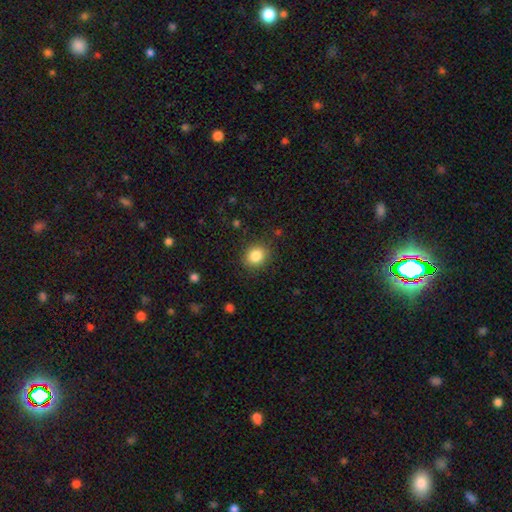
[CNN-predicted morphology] type=smooth (84%); roundness=round (72%); merging=none (87%).